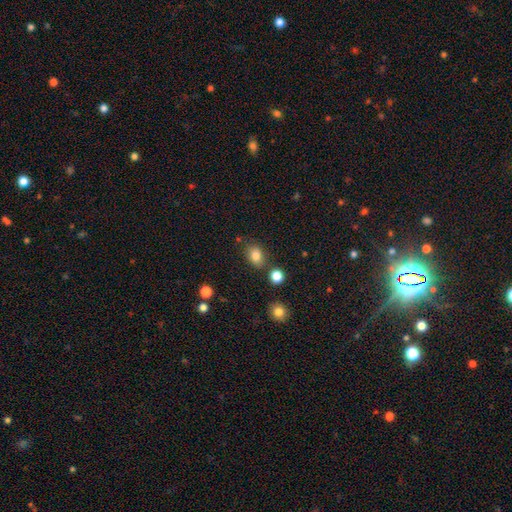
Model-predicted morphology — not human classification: The model was most divided on "how rounded": in between: 67%, round: 31%, cigar-shaped: 1%. More confident: smooth or featured — smooth (82%); merging — none (75%).